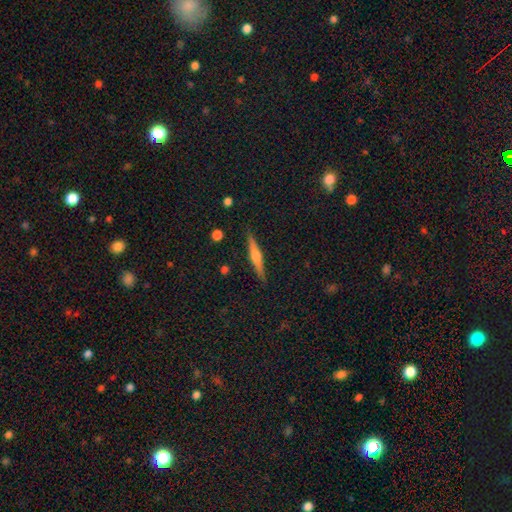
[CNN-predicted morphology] A featured or disk galaxy (64%) viewed edge-on (97%) with a rounded central bulge (80%). Merging: none (89%).